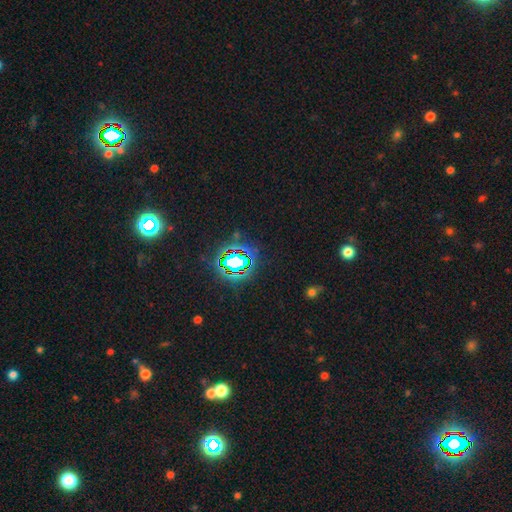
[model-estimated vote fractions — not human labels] Smooth or featured? Predicted: star or artifact (p=0.79).